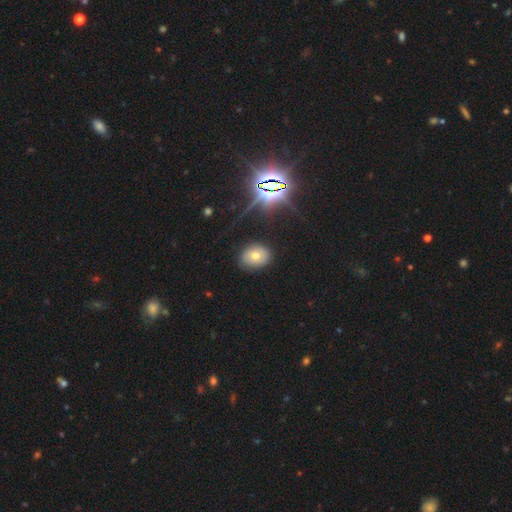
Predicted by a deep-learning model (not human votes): Morphology: type=smooth (60%); roundness=in between (50%); merging=none (85%).